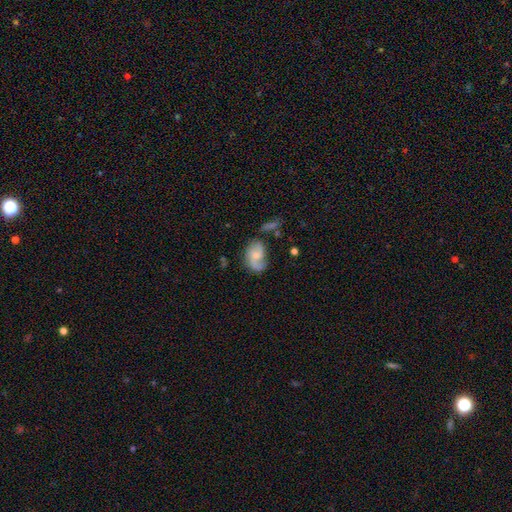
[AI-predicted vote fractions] This is likely a featured or disk galaxy (64%). It is clearly not viewed edge-on (97%). Bar: possibly no (60%). Spiral arm pattern: clearly yes (88%). Spiral arm count: likely 2 (61%). Spiral winding: marginally loose (43%). Central bulge: possibly small (50%). Merging: possibly none (49%).